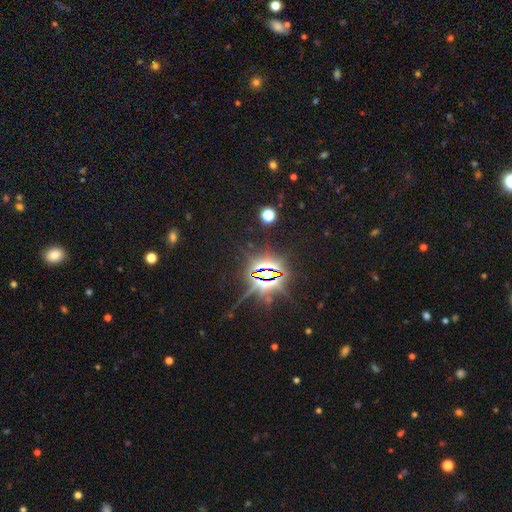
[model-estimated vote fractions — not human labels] Smooth or featured? Predicted: star or artifact (p=0.85).